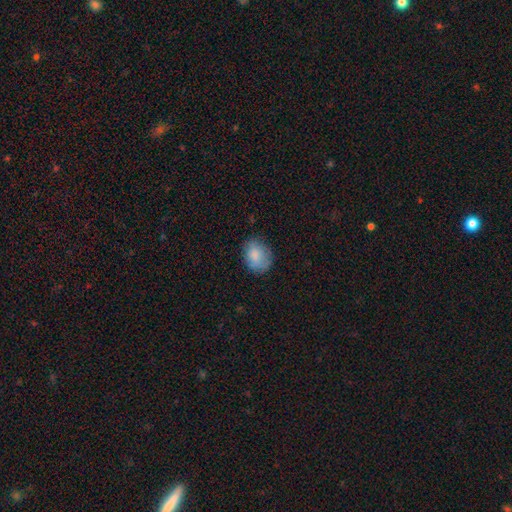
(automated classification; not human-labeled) Q: Smooth or featured?
A: smooth (84%); runner-up: featured or disk (8%)
Q: How rounded?
A: in between (56%); runner-up: round (43%)
Q: Merging?
A: none (75%); runner-up: minor disturbance (19%)